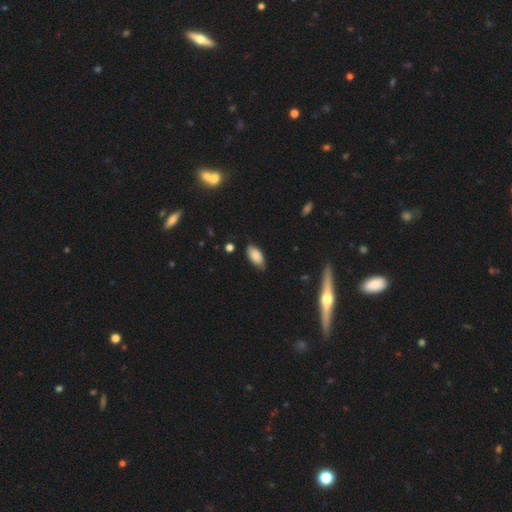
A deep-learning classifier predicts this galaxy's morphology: Smooth or featured?
  - smooth: 85% *
  - featured or disk: 9%
  - star or artifact: 7%
How rounded?
  - in between: 93% *
  - cigar-shaped: 5%
  - round: 2%
Merging?
  - none: 76% *
  - minor disturbance: 20%
  - major disturbance: 3%
  - merger: 1%